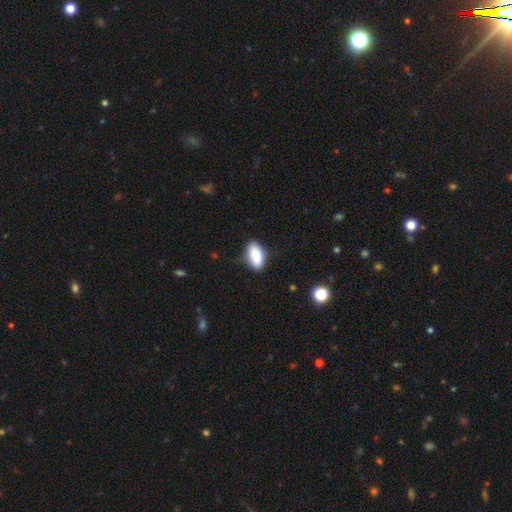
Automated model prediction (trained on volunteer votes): Q: Smooth or featured?
A: smooth (89%); runner-up: star or artifact (7%)
Q: How rounded?
A: in between (92%); runner-up: cigar-shaped (5%)
Q: Merging?
A: none (81%); runner-up: minor disturbance (15%)